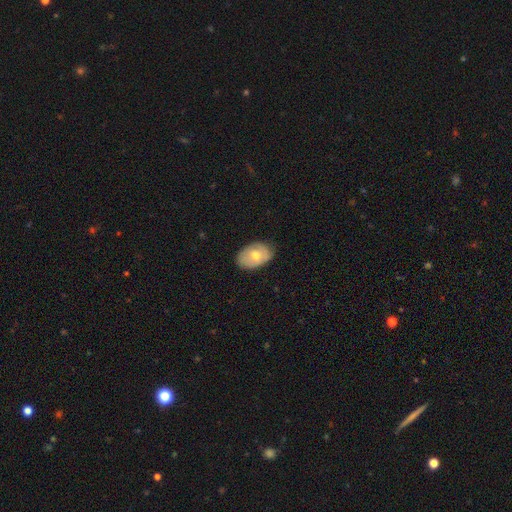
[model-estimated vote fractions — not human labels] smooth-or-featured: smooth: 63% | featured or disk: 30% | star or artifact: 7%
  how-rounded: in between: 85% | round: 14% | cigar-shaped: 1%
  merging: none: 74% | minor disturbance: 21% | major disturbance: 4% | merger: 1%